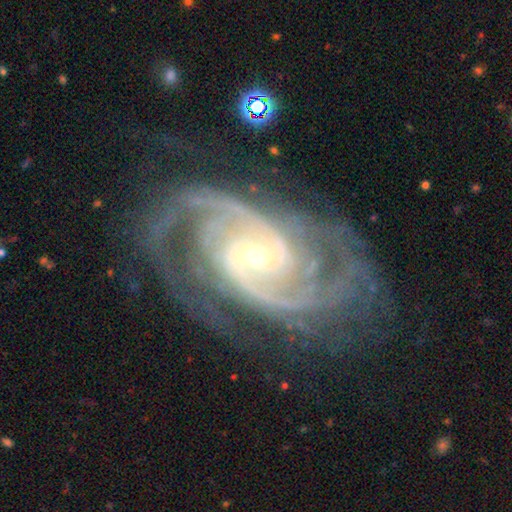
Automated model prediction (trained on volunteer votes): Smooth or featured: featured or disk — 93% (star or artifact — 5%)
Edge-on disk: no — 97% (yes — 3%)
Bar: weak — 44% (no — 34%)
Spiral arms: yes — 99% (no — 1%)
Spiral winding: tight — 46% (medium — 45%)
Spiral arm count: 2 — 47% (3 — 20%)
Bulge size: small — 61% (moderate — 35%)
Merging: none — 72% (minor disturbance — 17%)